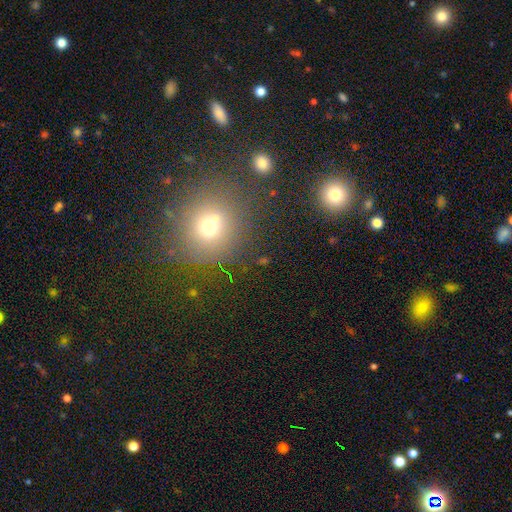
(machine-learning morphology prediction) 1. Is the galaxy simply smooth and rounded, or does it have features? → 57% smooth, 33% star or artifact, 10% featured or disk.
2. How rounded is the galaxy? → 87% round, 12% in between, 1% cigar-shaped.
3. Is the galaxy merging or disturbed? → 86% none, 8% minor disturbance, 3% major disturbance, 3% merger.